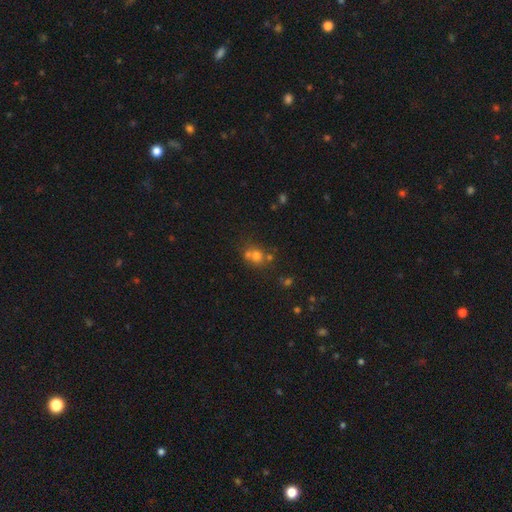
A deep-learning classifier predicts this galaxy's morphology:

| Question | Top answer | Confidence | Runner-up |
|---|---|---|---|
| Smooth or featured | smooth | 64% | star or artifact (20%) |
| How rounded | round | 77% | in between (22%) |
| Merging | none | 48% | merger (38%) |